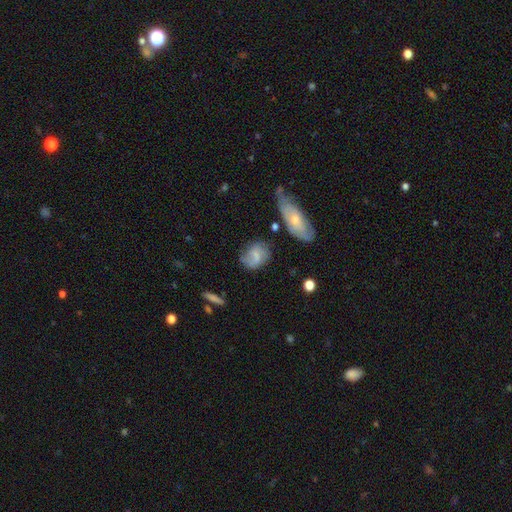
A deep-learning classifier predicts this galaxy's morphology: Smooth or featured? Predicted: smooth (p=0.53). How rounded? Predicted: in between (p=0.61). Merging? Predicted: none (p=0.60).